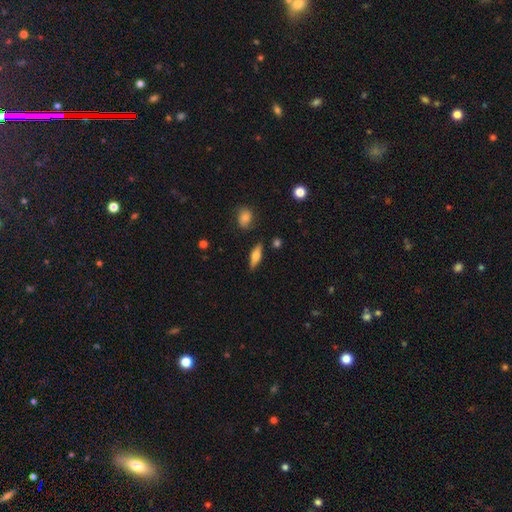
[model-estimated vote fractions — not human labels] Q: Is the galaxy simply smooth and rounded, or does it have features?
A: smooth — 58%.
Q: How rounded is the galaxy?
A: in between — 53%.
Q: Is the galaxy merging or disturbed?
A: none — 82%.